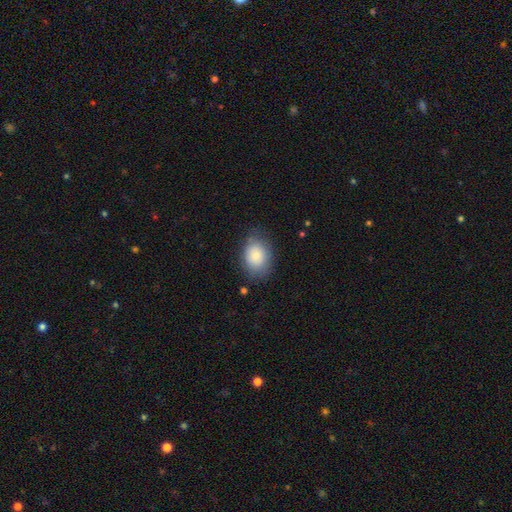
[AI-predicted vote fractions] This appears to be a smooth galaxy with no disk features (84%) that is in between round and cigar-shaped (69%). Merging: none (75%).